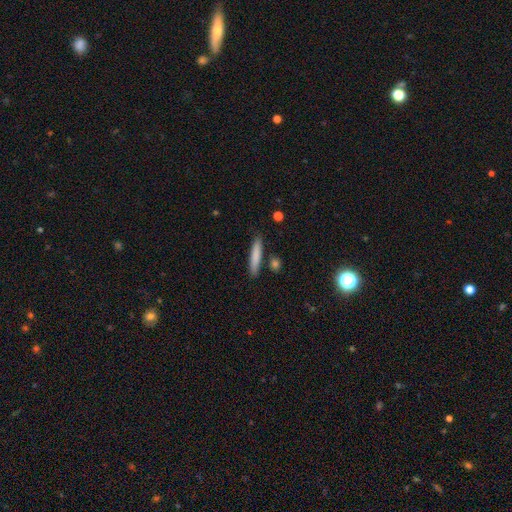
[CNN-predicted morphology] Smooth or featured: smooth — 81% (featured or disk — 14%)
How rounded: cigar-shaped — 91% (in between — 8%)
Merging: none — 86% (minor disturbance — 8%)